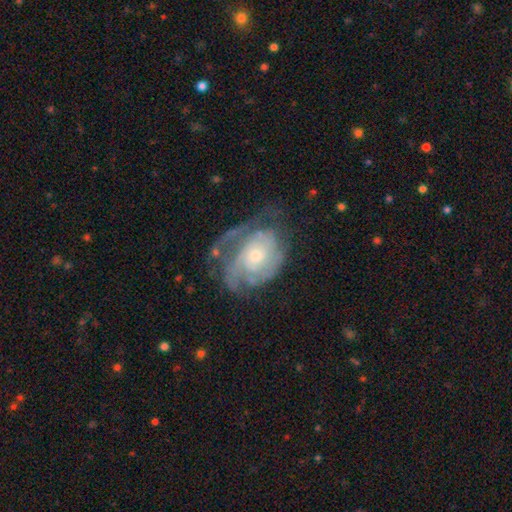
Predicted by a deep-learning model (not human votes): Smooth or featured: featured or disk — 80% (smooth — 14%)
Edge-on disk: no — 97% (yes — 3%)
Bar: no — 77% (weak — 20%)
Spiral arms: yes — 88% (no — 12%)
Spiral winding: tight — 57% (medium — 31%)
Spiral arm count: can't tell — 41% (2 — 26%)
Bulge size: small — 48% (moderate — 44%)
Merging: none — 47% (major disturbance — 26%)